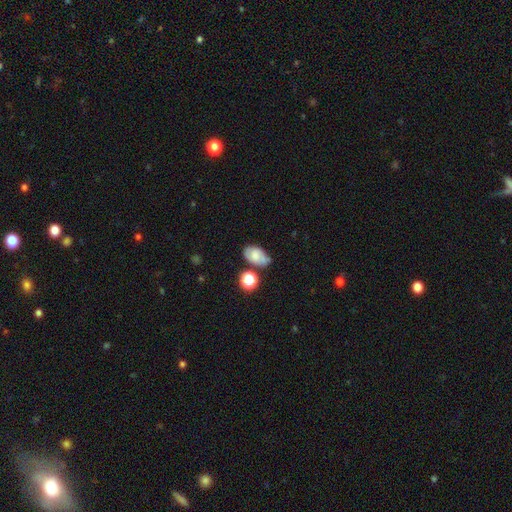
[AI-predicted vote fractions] A smooth galaxy with no disk features (64%) that is in between round and cigar-shaped (87%).

Vote fractions:
- Smooth or featured? smooth: 64% / featured or disk: 25% / star or artifact: 11%
- How rounded? in between: 87% / round: 12% / cigar-shaped: 2%
- Merging? none: 53% / minor disturbance: 25% / merger: 15% / major disturbance: 7%